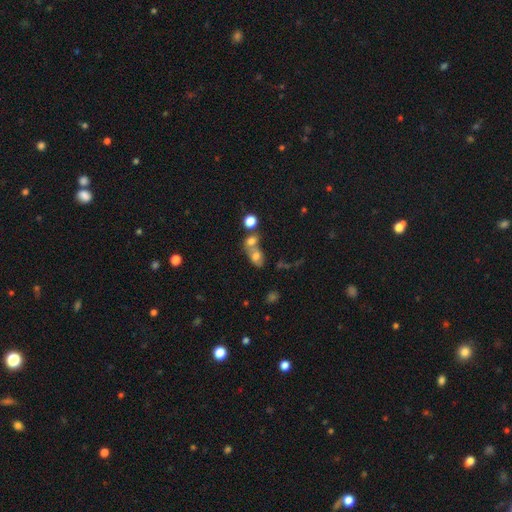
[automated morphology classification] Smooth or featured?
  - smooth: 67% *
  - featured or disk: 19%
  - star or artifact: 14%
How rounded?
  - in between: 62% *
  - round: 35%
  - cigar-shaped: 3%
Merging?
  - merger: 61% *
  - none: 25%
  - minor disturbance: 9%
  - major disturbance: 6%